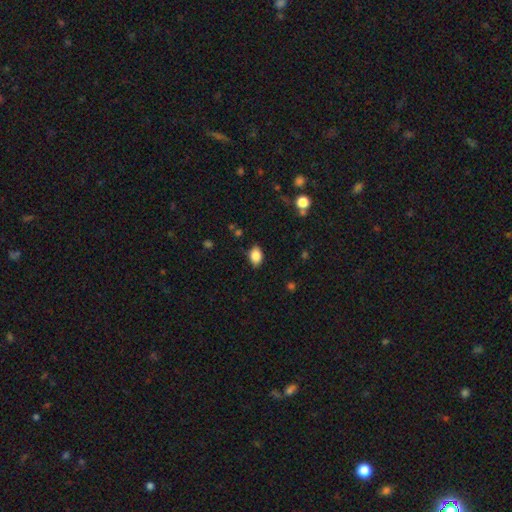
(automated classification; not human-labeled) Overall: smooth (85%). How rounded: in between (83%). Merging: none (83%).